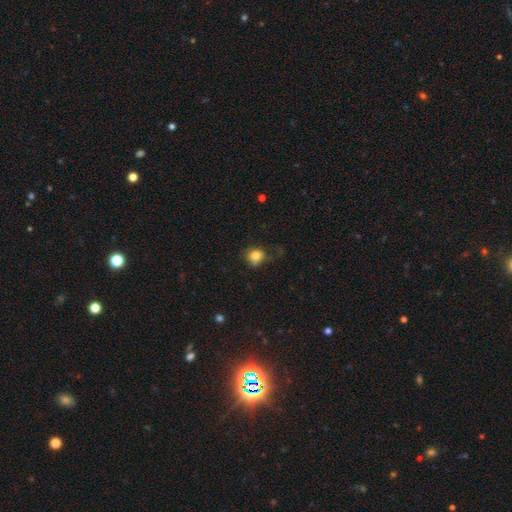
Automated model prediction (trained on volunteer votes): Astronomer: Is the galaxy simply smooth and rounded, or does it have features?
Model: smooth — 80%.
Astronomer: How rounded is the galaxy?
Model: round — 73%.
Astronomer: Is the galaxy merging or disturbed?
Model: none — 54%.